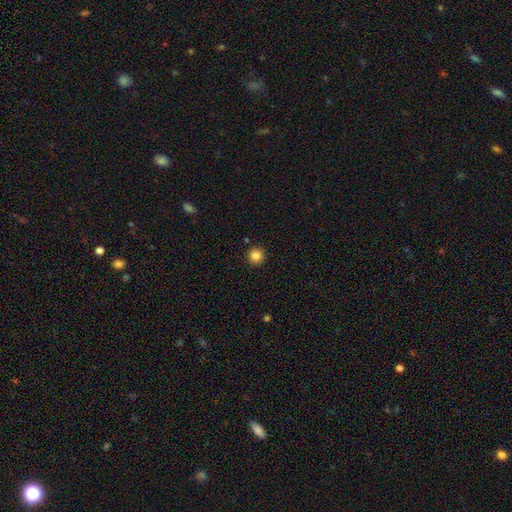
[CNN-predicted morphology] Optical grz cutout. It shows a smooth galaxy with no disk features (84%) that is round (96%). Merging: none (92%).